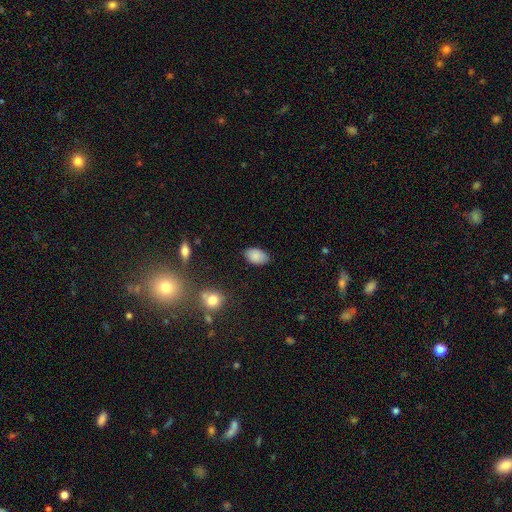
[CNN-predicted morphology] Smooth or featured?
  - smooth: 86% *
  - star or artifact: 8%
  - featured or disk: 6%
How rounded?
  - in between: 92% *
  - round: 7%
  - cigar-shaped: 1%
Merging?
  - none: 82% *
  - minor disturbance: 13%
  - major disturbance: 3%
  - merger: 1%